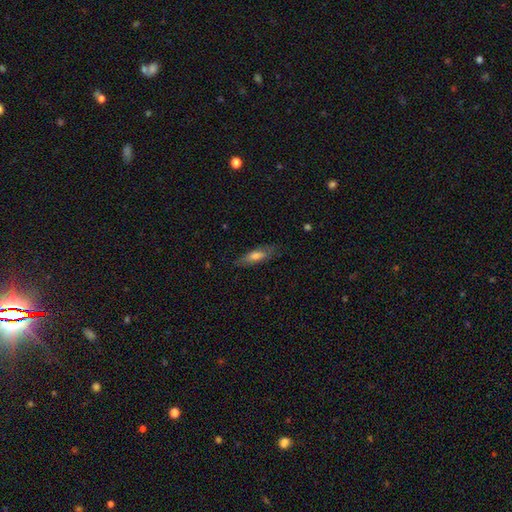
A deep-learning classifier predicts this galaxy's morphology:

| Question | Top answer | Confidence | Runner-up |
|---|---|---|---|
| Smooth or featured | smooth | 65% | featured or disk (28%) |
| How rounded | cigar-shaped | 52% | in between (45%) |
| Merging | none | 77% | minor disturbance (17%) |